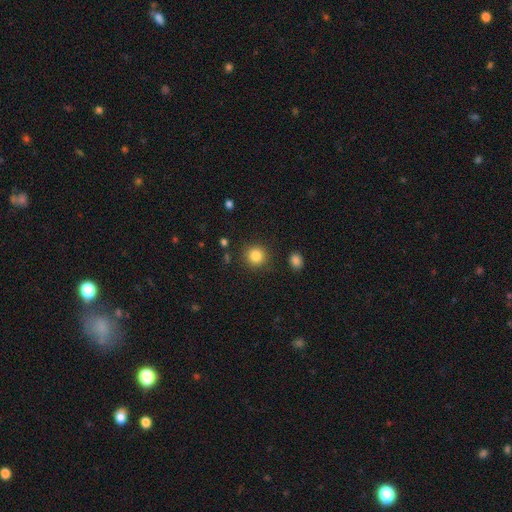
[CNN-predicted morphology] This is clearly a smooth galaxy (85%). How rounded: clearly round (92%). Merging: clearly none (88%).